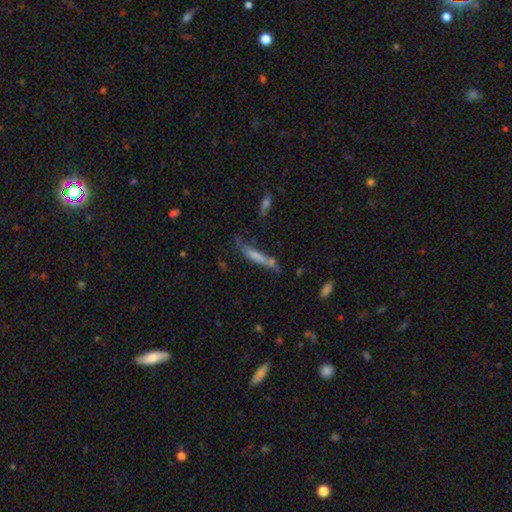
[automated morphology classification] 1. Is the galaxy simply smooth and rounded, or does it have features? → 56% smooth, 34% featured or disk, 10% star or artifact.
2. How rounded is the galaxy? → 91% cigar-shaped, 7% in between, 2% round.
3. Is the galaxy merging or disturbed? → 55% none, 24% minor disturbance, 11% major disturbance, 10% merger.